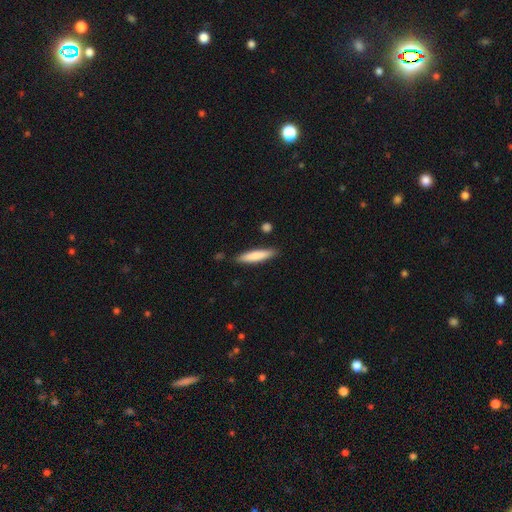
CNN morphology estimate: Q: Smooth or featured?
A: smooth (79%); runner-up: featured or disk (15%)
Q: How rounded?
A: cigar-shaped (85%); runner-up: in between (13%)
Q: Merging?
A: none (86%); runner-up: minor disturbance (10%)